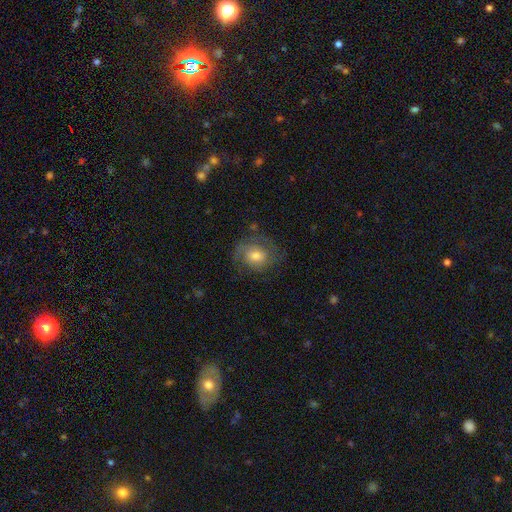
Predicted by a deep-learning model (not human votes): Smooth or featured?
  - featured or disk: 46% *
  - smooth: 45%
  - star or artifact: 9%
Merging?
  - none: 65% *
  - minor disturbance: 21%
  - major disturbance: 13%
  - merger: 2%